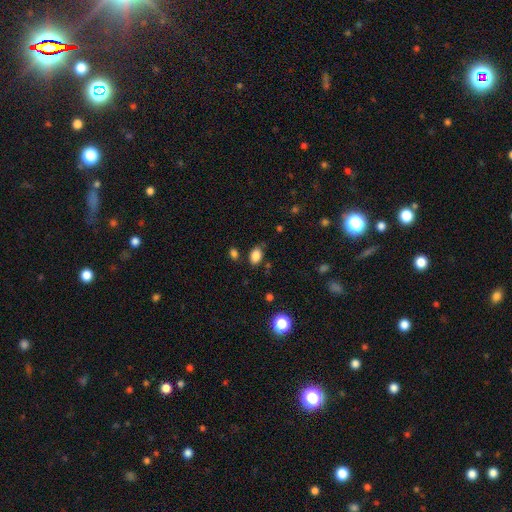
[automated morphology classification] The model was most divided on "merging": none: 75%, minor disturbance: 17%, major disturbance: 4%, merger: 3%. More confident: smooth or featured — smooth (84%); how rounded — in between (81%).